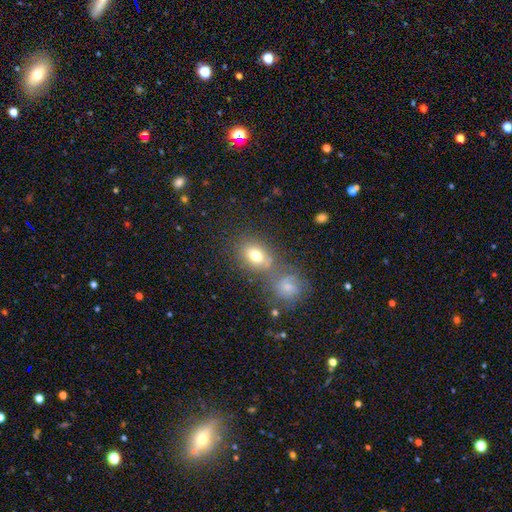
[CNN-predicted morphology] The model was most divided on "merging": none: 53%, merger: 29%, minor disturbance: 12%, major disturbance: 5%. More confident: smooth or featured — smooth (72%); how rounded — in between (63%).